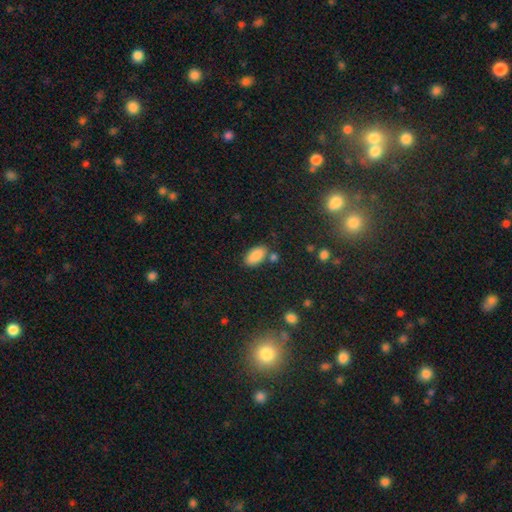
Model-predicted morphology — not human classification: This appears to be a smooth galaxy with no disk features (87%) that is in between round and cigar-shaped (93%). Merging: none (76%).